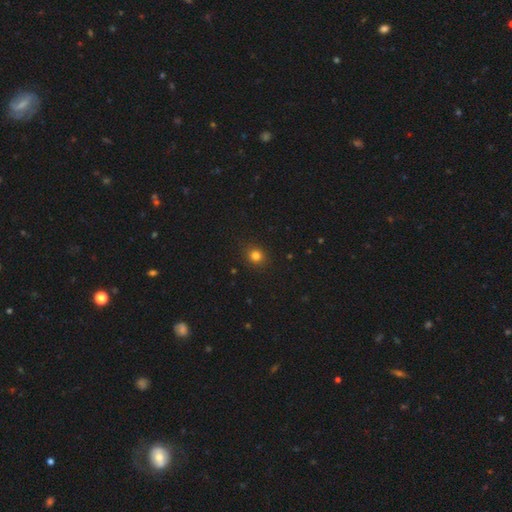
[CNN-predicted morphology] Smooth or featured? Predicted: smooth (p=0.82). How rounded? Predicted: round (p=0.82). Merging? Predicted: none (p=0.89).